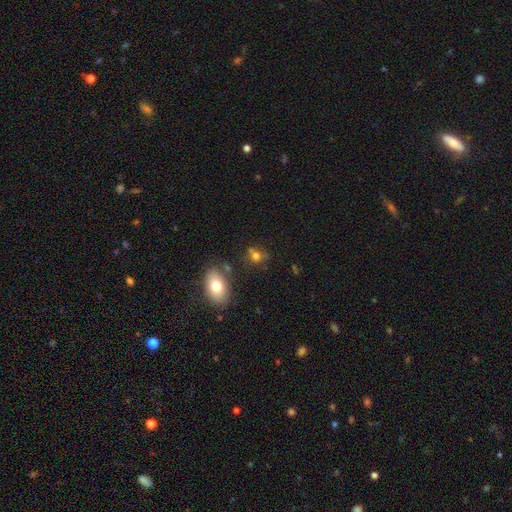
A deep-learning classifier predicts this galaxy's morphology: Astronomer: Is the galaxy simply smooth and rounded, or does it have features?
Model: smooth — 70%.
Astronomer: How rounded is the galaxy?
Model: round — 51% (runner-up: in between, 47%).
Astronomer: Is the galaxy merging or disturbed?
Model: none — 57%.